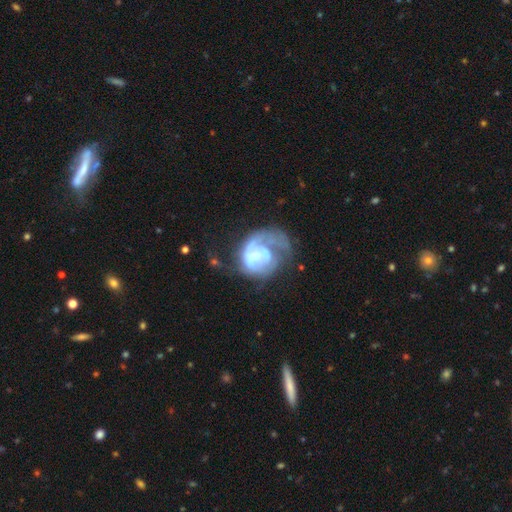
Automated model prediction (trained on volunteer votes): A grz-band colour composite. It shows a featured or disk galaxy (73%) with no bar (66%), 1 (43%) tight (37%) spiral arms (72%) and a moderate central bulge (47%). Merging: major disturbance (48%).